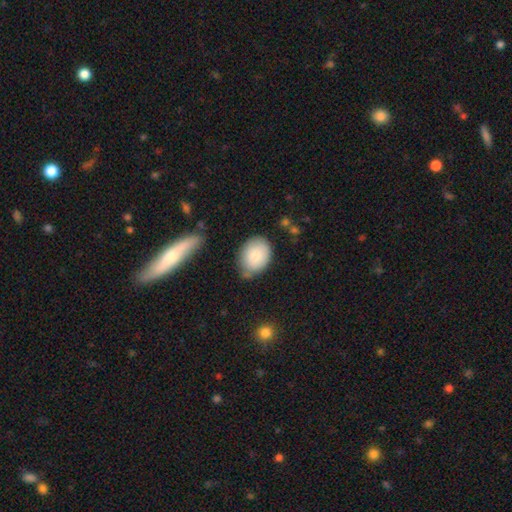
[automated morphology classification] Smooth or featured: smooth — 83% (featured or disk — 10%)
How rounded: in between — 62% (round — 37%)
Merging: none — 67% (minor disturbance — 22%)